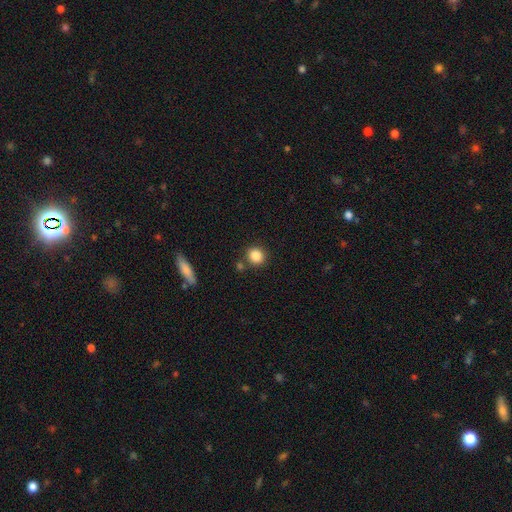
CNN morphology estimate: Smooth or featured? Predicted: smooth (p=0.85). How rounded? Predicted: round (p=0.86). Merging? Predicted: none (p=0.79).